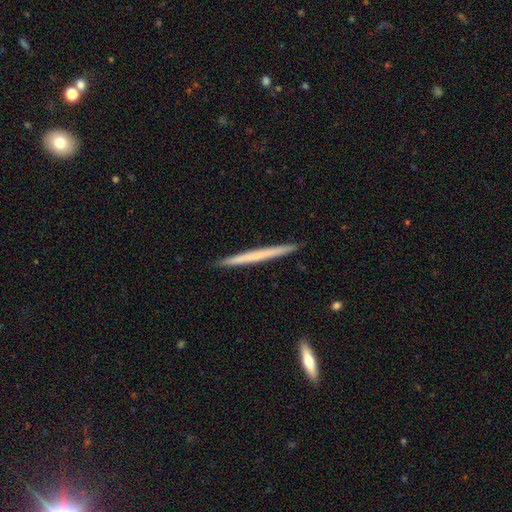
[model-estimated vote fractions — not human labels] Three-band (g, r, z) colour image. It shows a smooth galaxy with no disk features (52%) that is cigar-shaped (98%). Merging: none (93%).